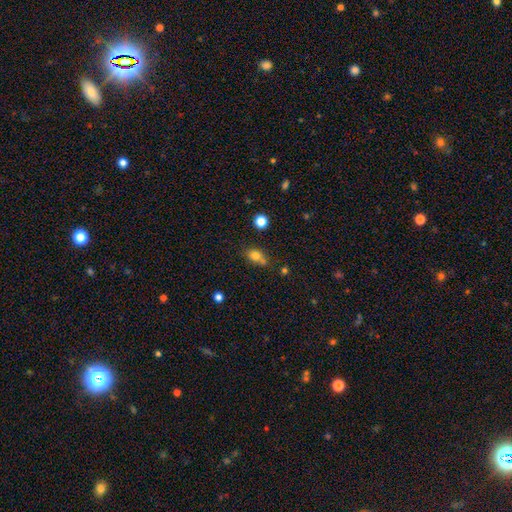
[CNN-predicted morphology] Smooth or featured: smooth — 77% (star or artifact — 12%)
How rounded: in between — 60% (round — 37%)
Merging: none — 53% (minor disturbance — 21%)